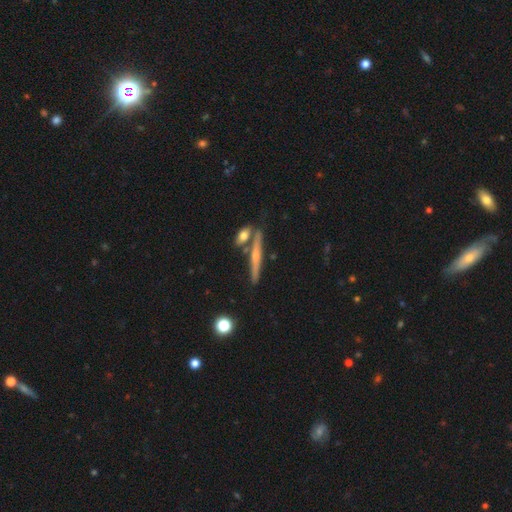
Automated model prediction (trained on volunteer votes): smooth-or-featured: featured or disk: 62% | smooth: 31% | star or artifact: 7%
  disk-edge-on: yes: 96% | no: 4%
    edge-on-bulge: rounded: 73% | none: 21% | boxy: 5%
  merging: none: 76% | merger: 13% | minor disturbance: 9% | major disturbance: 2%